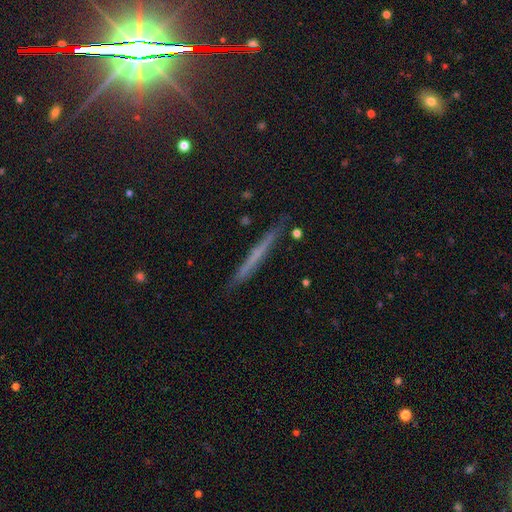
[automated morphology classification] Smooth or featured?
  - smooth: 45% *
  - featured or disk: 44%
  - star or artifact: 11%
Merging?
  - none: 88% *
  - minor disturbance: 9%
  - major disturbance: 2%
  - merger: 1%